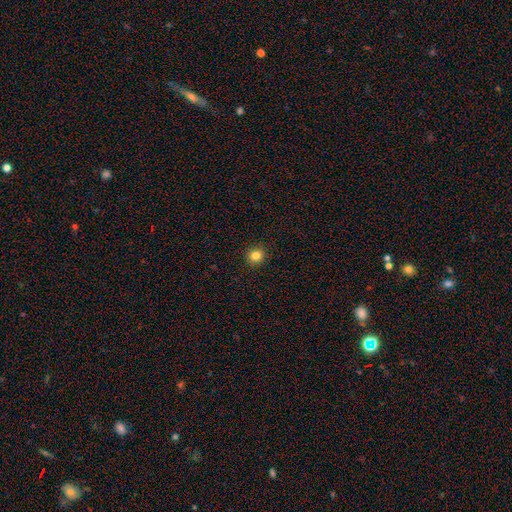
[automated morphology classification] Smooth or featured: smooth — 83% (star or artifact — 12%)
How rounded: round — 88% (in between — 12%)
Merging: none — 92% (minor disturbance — 5%)